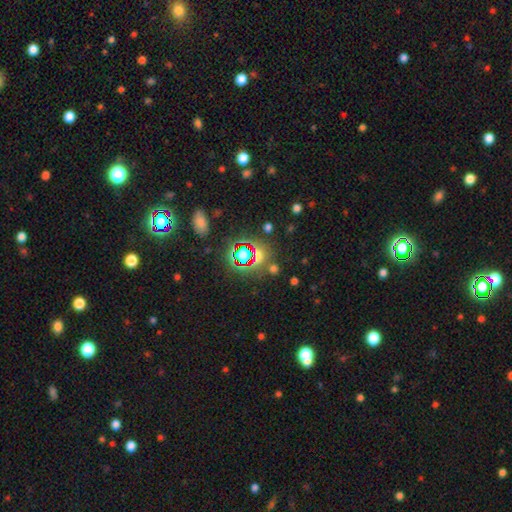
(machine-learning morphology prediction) This is likely a star or artifact rather than a galaxy (64%).